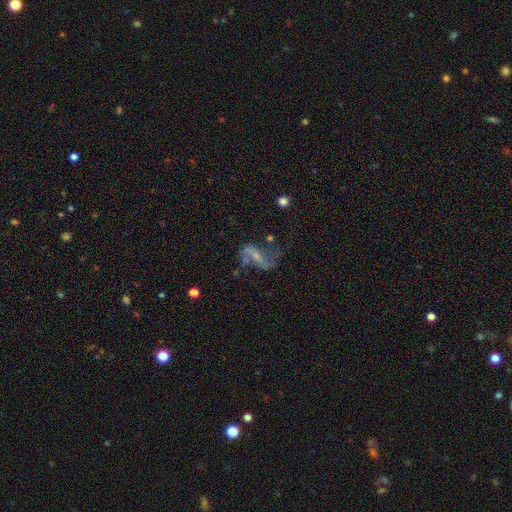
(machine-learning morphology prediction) featured or disk 76%, smooth 15%, star or artifact 9%. Down the decision tree: edge-on disk — no (95%); bar — weak (39%); spiral arms — yes (86%); spiral arm count — 2 (85%); spiral winding — loose (77%); bulge size — small (58%); merging — none (44%).